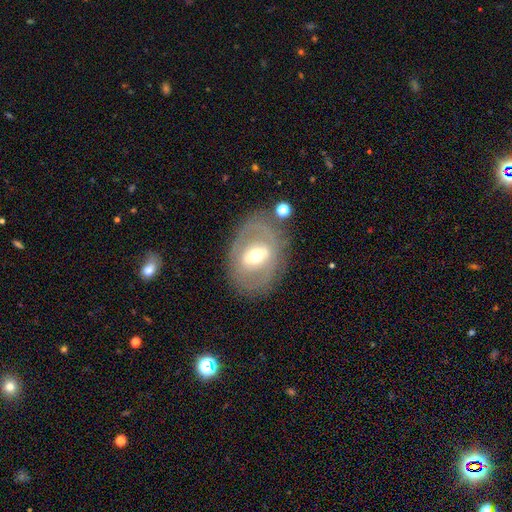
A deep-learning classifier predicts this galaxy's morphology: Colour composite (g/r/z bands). It shows a featured or disk galaxy (62%) with a weak bar (40%), no spiral arms (70%) and a moderate central bulge (68%). Merging: none (74%).